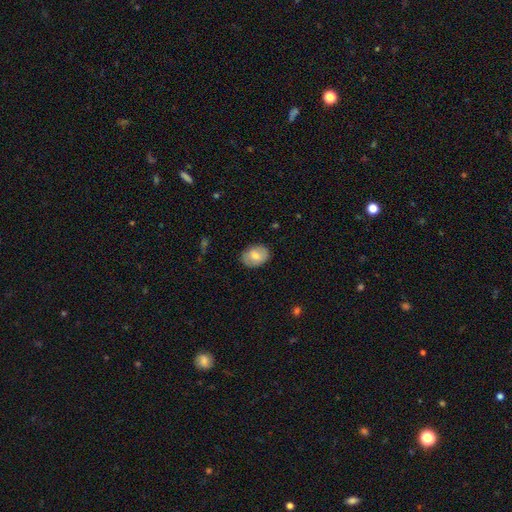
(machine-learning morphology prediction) The model was most divided on "smooth or featured": smooth: 69%, featured or disk: 24%, star or artifact: 7%. More confident: merging — none (84%); how rounded — in between (73%).